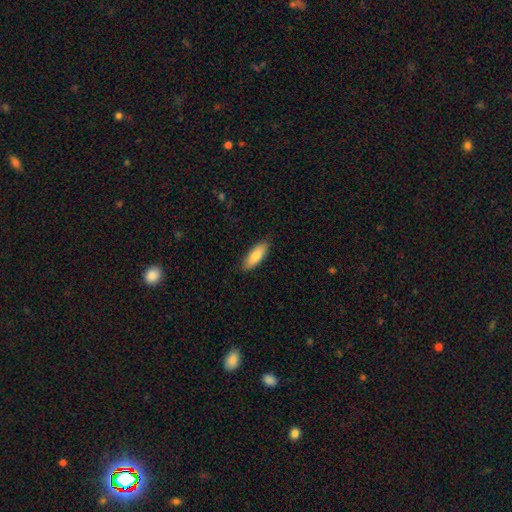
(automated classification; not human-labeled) A smooth galaxy with no disk features (83%) that is in between round and cigar-shaped (66%). Merging: none (86%).